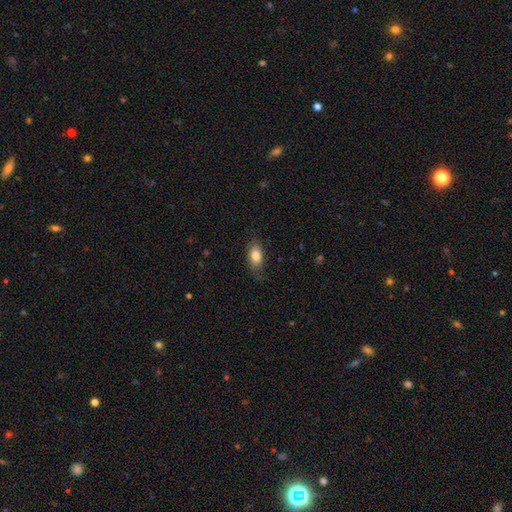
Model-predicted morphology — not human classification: This appears to be a smooth galaxy with no disk features (83%) that is in between round and cigar-shaped (89%). Merging: none (79%).